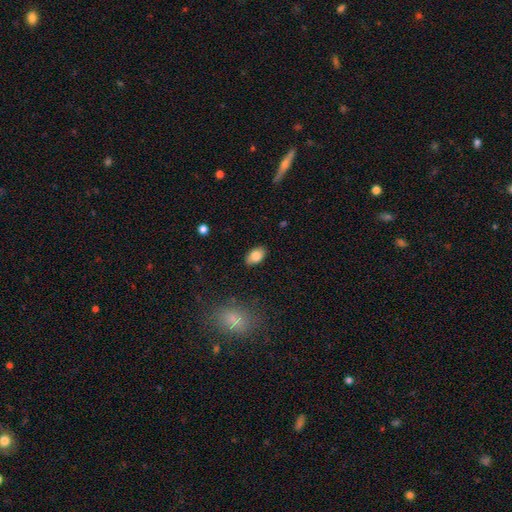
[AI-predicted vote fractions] Smooth or featured?
  - smooth: 82% *
  - featured or disk: 10%
  - star or artifact: 8%
How rounded?
  - in between: 91% *
  - round: 7%
  - cigar-shaped: 2%
Merging?
  - none: 86% *
  - minor disturbance: 10%
  - major disturbance: 2%
  - merger: 1%